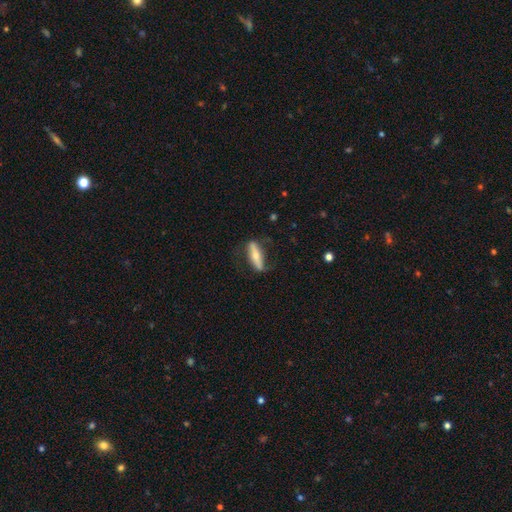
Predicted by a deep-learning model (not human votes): Smooth or featured? Predicted: smooth (p=0.48). Merging? Predicted: none (p=0.72).